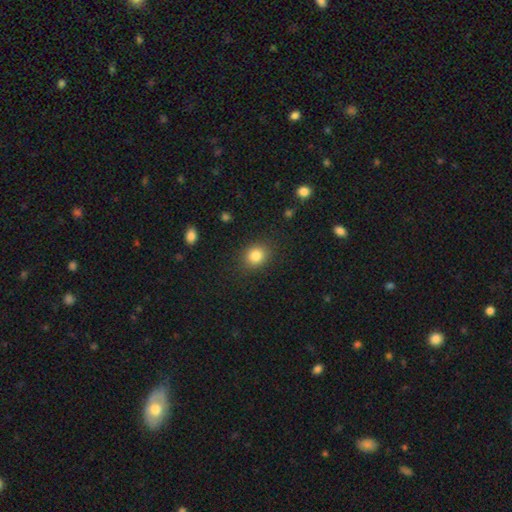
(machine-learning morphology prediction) Overall: smooth (84%). How rounded: round (69%; in between 30%). Merging: none (86%).